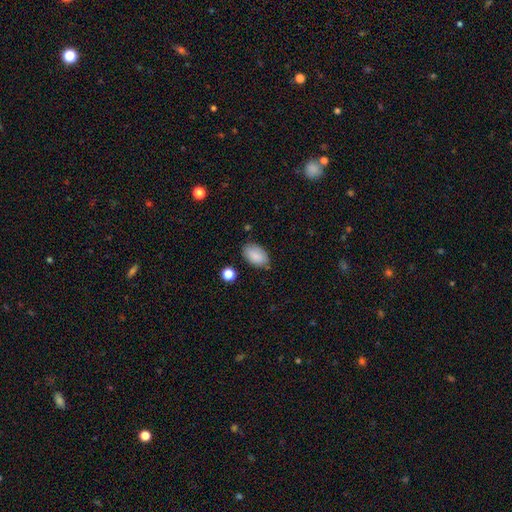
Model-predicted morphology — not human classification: The model was most divided on "merging": none: 78%, minor disturbance: 16%, major disturbance: 3%, merger: 3%. More confident: how rounded — in between (93%); smooth or featured — smooth (88%).